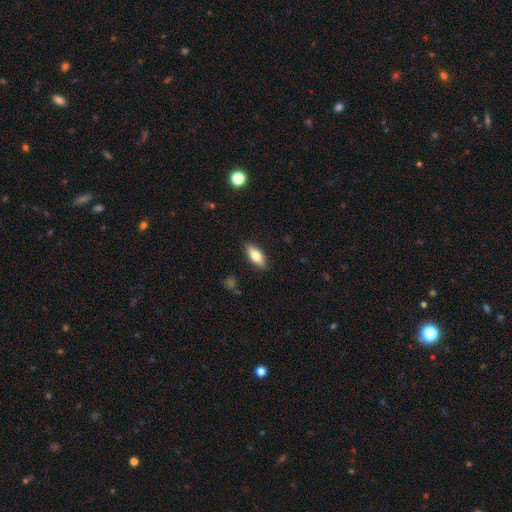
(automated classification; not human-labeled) A smooth galaxy with no disk features (77%) that is in between round and cigar-shaped (78%). Merging: none (87%).